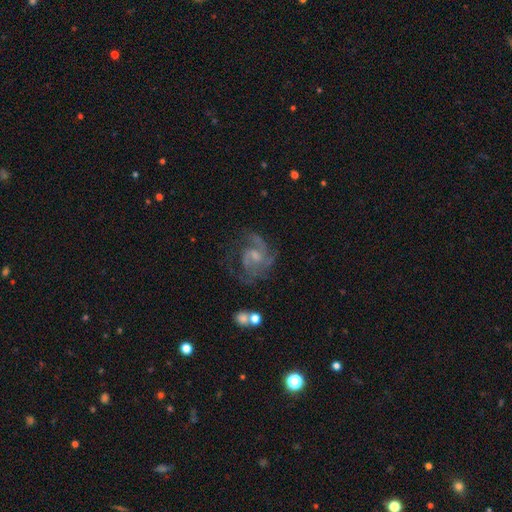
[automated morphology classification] Overall: featured or disk (81%). Edge-on disk: no (98%). Bar: no (47%; weak 45%). Spiral arms: yes (93%). Spiral arm count: 2 (45%; 3 20%). Spiral winding: medium (51%; tight 28%). Bulge size: small (52%; moderate 32%). Merging: none (59%; major disturbance 20%).